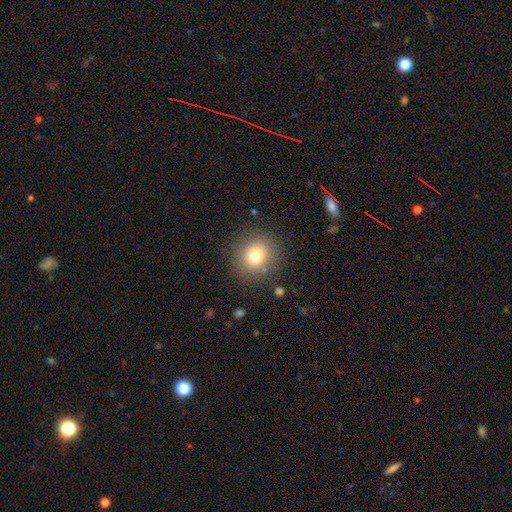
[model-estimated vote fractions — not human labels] Morphology: type=smooth (77%); roundness=round (86%); merging=none (85%).